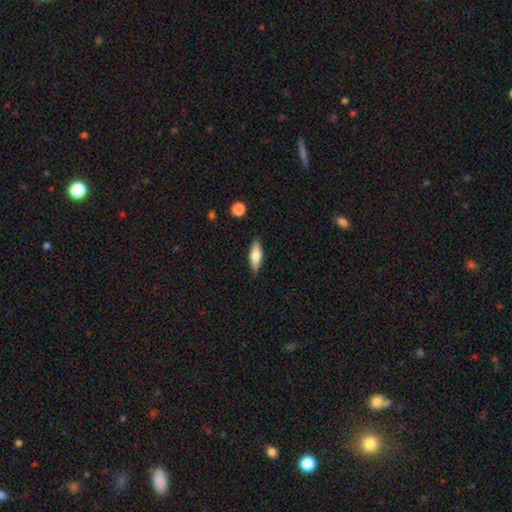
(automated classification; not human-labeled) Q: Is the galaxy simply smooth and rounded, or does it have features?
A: smooth — 71%.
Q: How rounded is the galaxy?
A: in between — 58%.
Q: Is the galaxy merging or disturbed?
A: none — 86%.